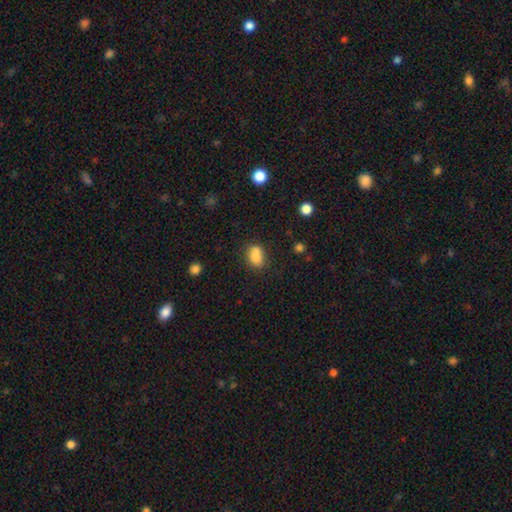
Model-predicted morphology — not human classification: The model was most divided on "merging": none: 52%, merger: 25%, minor disturbance: 18%, major disturbance: 5%. More confident: smooth or featured — smooth (80%); how rounded — in between (73%).